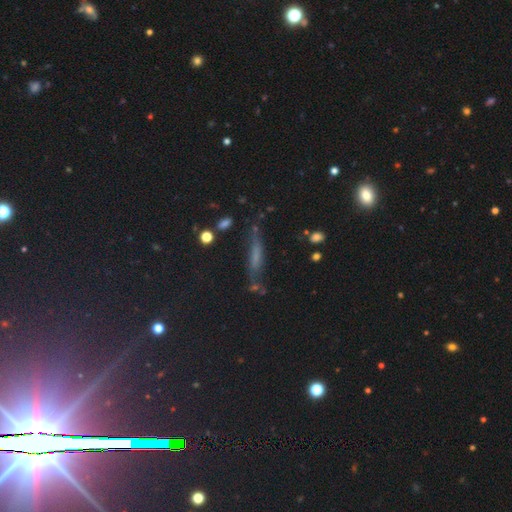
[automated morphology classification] This is possibly a smooth galaxy (48%). Merging: likely none (63%).